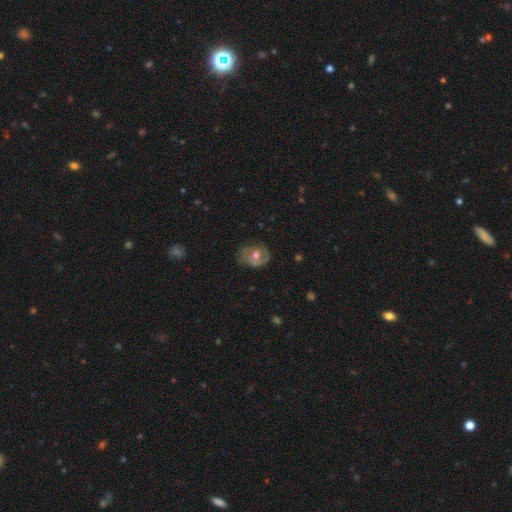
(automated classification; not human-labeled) A featured or disk galaxy (55%) with no bar (75%), spiral arms (55%) and a moderate central bulge (73%).

Vote fractions:
- Smooth or featured? featured or disk: 55% / smooth: 37% / star or artifact: 8%
- Edge-on disk? no: 96% / yes: 4%
- Bar? no: 75% / weak: 20% / strong: 5%
- Spiral arms? yes: 55% / no: 45%
- Bulge size? moderate: 73% / small: 18% / large: 7% / none: 1% / dominant: 1%
- Merging? none: 57% / minor disturbance: 27% / major disturbance: 14% / merger: 2%